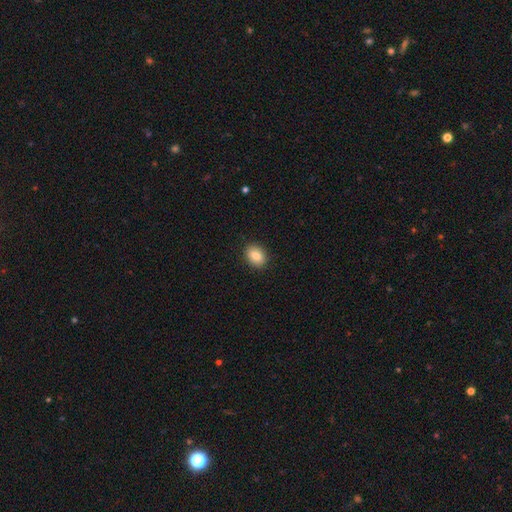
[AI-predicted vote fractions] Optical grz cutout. It shows a smooth galaxy with no disk features (85%) that is in between round and cigar-shaped (64%). Merging: none (90%).